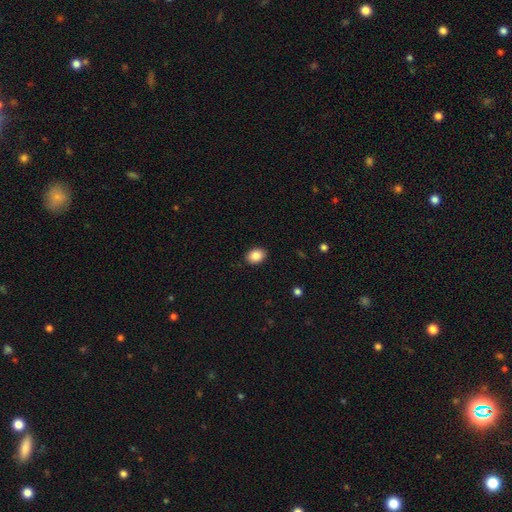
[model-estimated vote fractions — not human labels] This appears to be a smooth galaxy with no disk features (87%) that is in between round and cigar-shaped (66%). Merging: none (89%).